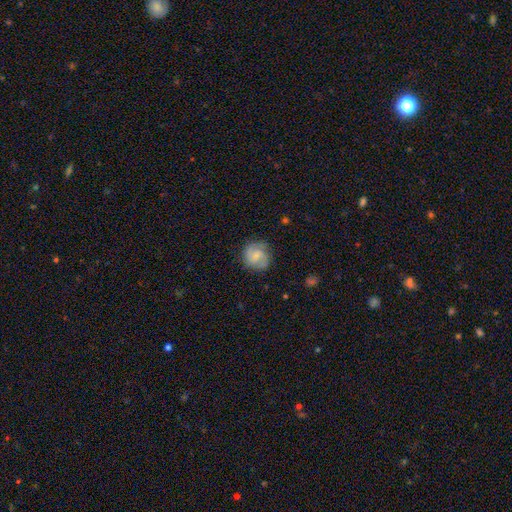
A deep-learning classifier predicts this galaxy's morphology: Overall: featured or disk (54%; smooth 38%). Edge-on disk: no (98%). Bar: no (52%; weak 42%). Spiral arms: yes (91%). Bulge size: small (52%; moderate 27%). Merging: none (77%).